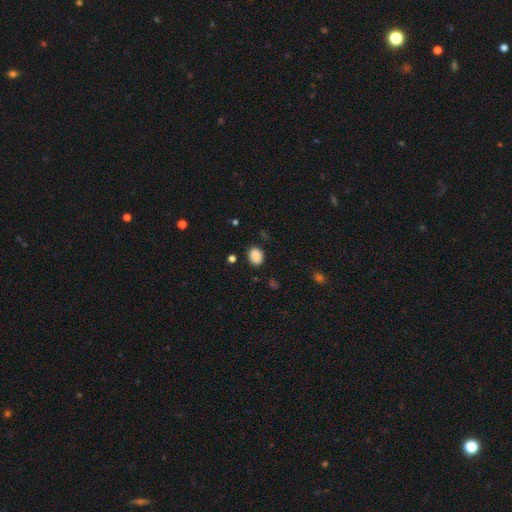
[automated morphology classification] Q: Smooth or featured?
A: smooth (87%); runner-up: star or artifact (9%)
Q: How rounded?
A: in between (57%); runner-up: round (42%)
Q: Merging?
A: none (82%); runner-up: minor disturbance (13%)